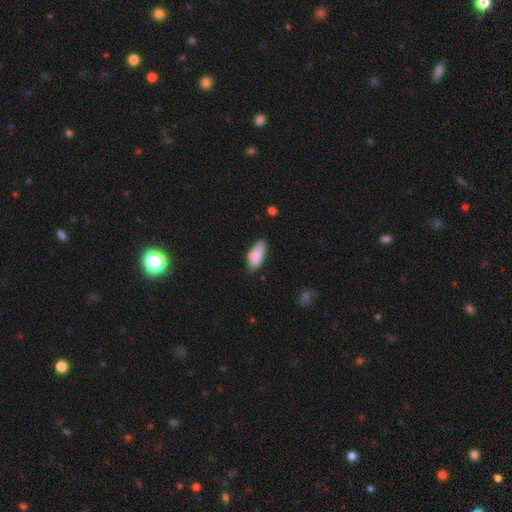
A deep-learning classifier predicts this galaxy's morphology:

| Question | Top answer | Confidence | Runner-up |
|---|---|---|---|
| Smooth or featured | smooth | 84% | featured or disk (9%) |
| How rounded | in between | 81% | cigar-shaped (17%) |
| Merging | none | 65% | minor disturbance (25%) |